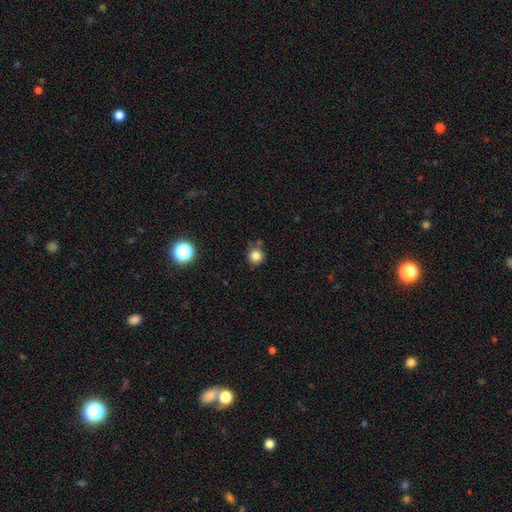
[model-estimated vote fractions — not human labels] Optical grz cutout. It shows a smooth galaxy with no disk features (81%) that is round (93%). Merging: none (78%).